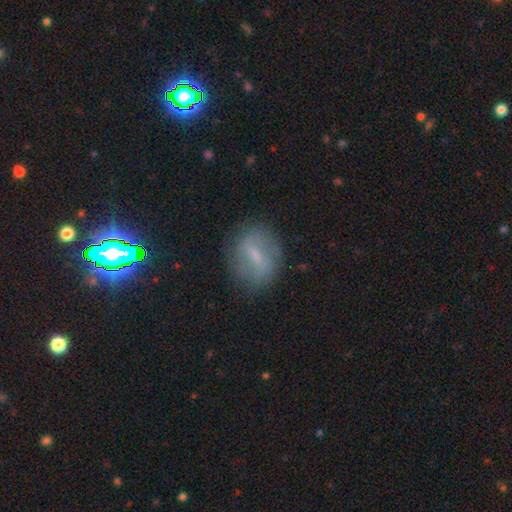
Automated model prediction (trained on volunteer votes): Q: Smooth or featured?
A: featured or disk (45%); runner-up: smooth (40%)
Q: Merging?
A: none (79%); runner-up: minor disturbance (14%)